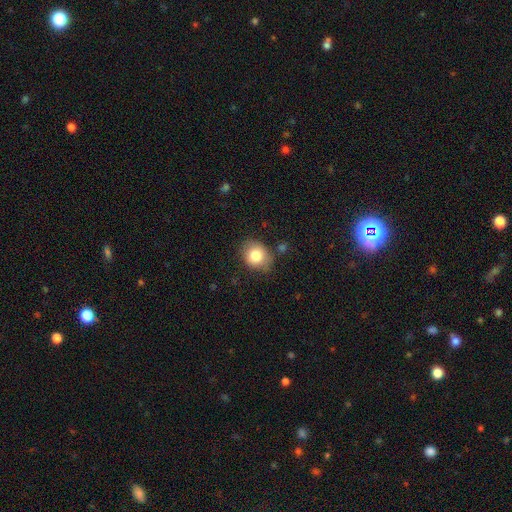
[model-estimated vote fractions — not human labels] This is clearly a smooth galaxy (82%). How rounded: likely round (68%). Merging: likely none (73%).